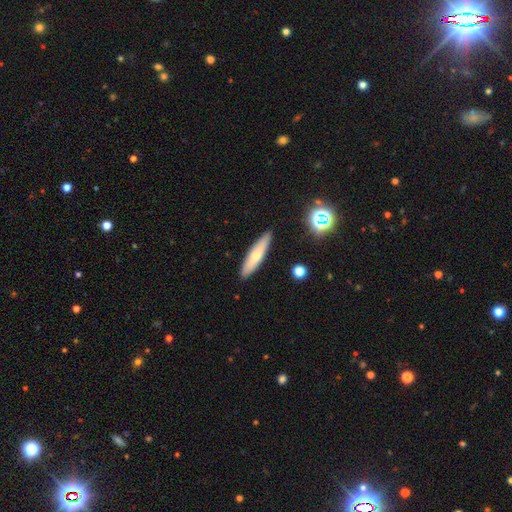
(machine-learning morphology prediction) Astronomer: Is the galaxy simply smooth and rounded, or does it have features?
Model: smooth — 58% (runner-up: featured or disk, 35%).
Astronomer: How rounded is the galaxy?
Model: cigar-shaped — 78%.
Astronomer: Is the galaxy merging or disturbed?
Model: none — 89%.